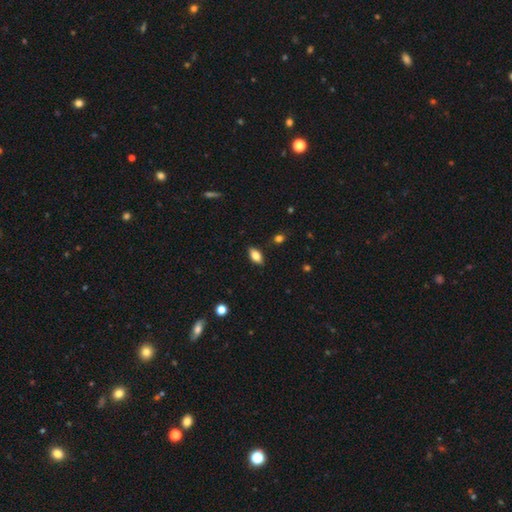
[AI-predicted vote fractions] Smooth or featured?
  - smooth: 76% *
  - featured or disk: 16%
  - star or artifact: 8%
How rounded?
  - in between: 88% *
  - cigar-shaped: 7%
  - round: 4%
Merging?
  - none: 86% *
  - minor disturbance: 11%
  - major disturbance: 2%
  - merger: 1%